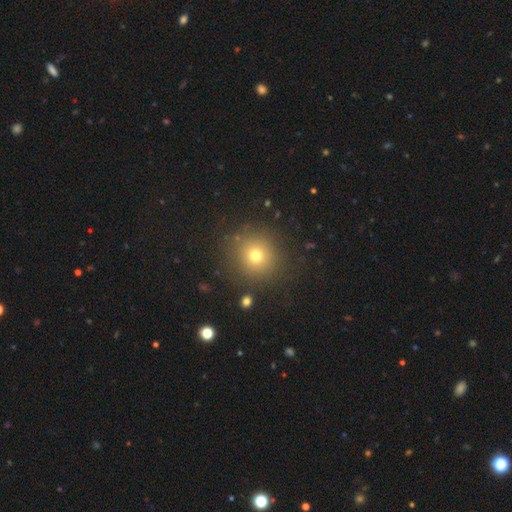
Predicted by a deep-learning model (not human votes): The model was most divided on "smooth or featured": smooth: 71%, star or artifact: 18%, featured or disk: 10%. More confident: how rounded — round (93%); merging — none (87%).